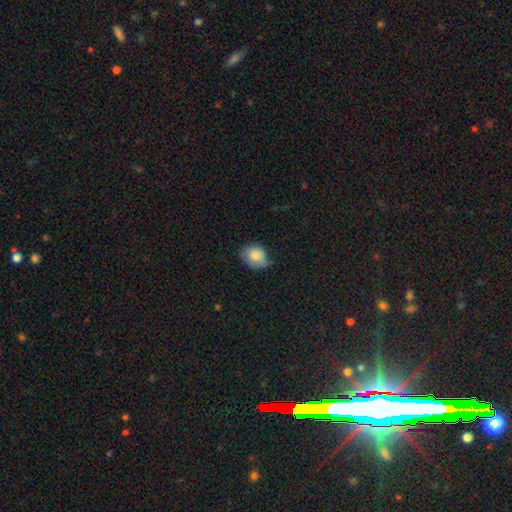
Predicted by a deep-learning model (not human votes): smooth_or_featured: smooth (p=0.82) [alt: featured or disk p=0.10]
how_rounded: in between (p=0.51) [alt: round p=0.48]
merging: none (p=0.53) [alt: minor disturbance p=0.38]